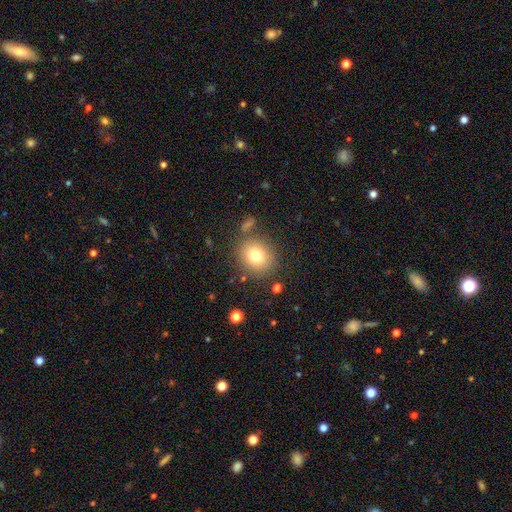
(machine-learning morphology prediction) smooth 77%, star or artifact 12%, featured or disk 11%. Down the decision tree: how rounded — round (74%); merging — none (80%).